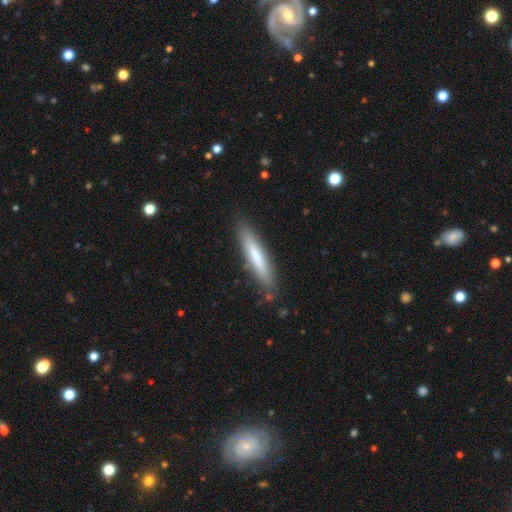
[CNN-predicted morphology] A smooth galaxy with no disk features (66%) that is cigar-shaped (90%).

Vote fractions:
- Smooth or featured? smooth: 66% / featured or disk: 28% / star or artifact: 6%
- How rounded? cigar-shaped: 90% / in between: 9% / round: 1%
- Merging? none: 86% / minor disturbance: 10% / major disturbance: 2% / merger: 2%